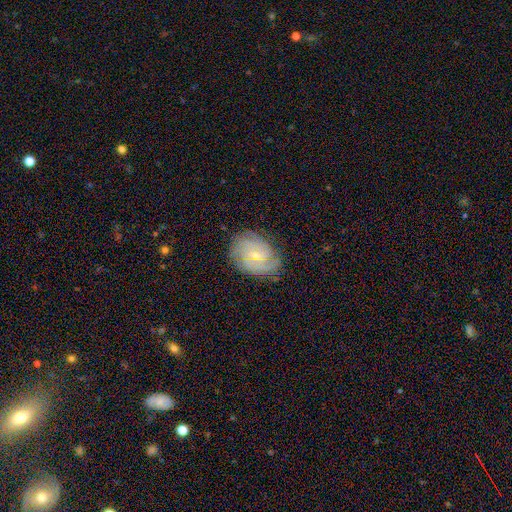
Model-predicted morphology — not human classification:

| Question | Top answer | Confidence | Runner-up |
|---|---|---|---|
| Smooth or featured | featured or disk | 79% | smooth (14%) |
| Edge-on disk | no | 97% | yes (3%) |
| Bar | weak | 54% | no (33%) |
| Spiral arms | yes | 95% | no (5%) |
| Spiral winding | tight | 61% | medium (31%) |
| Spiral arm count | can't tell | 31% | 2 (26%) |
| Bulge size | small | 65% | moderate (31%) |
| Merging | none | 78% | minor disturbance (16%) |